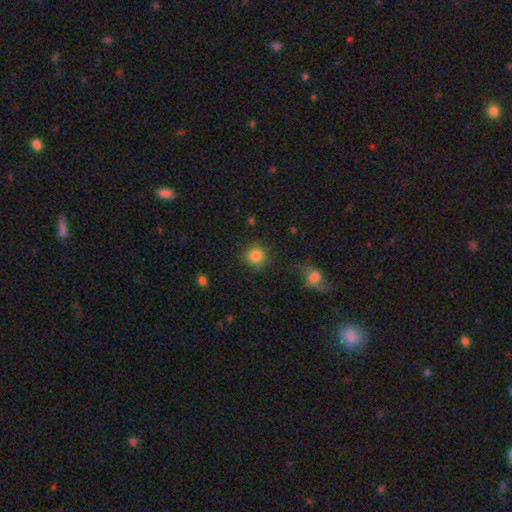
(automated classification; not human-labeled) Smooth or featured? smooth (85%)
How rounded? round (87%)
Merging? none (83%)